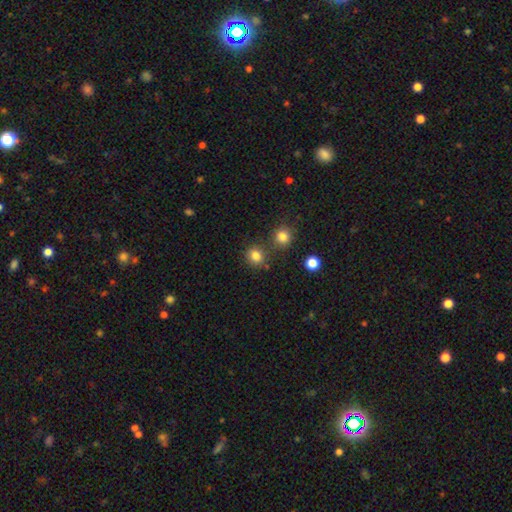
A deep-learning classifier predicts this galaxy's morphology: A smooth galaxy with no disk features (81%) that is round (83%). Merging: none (75%).